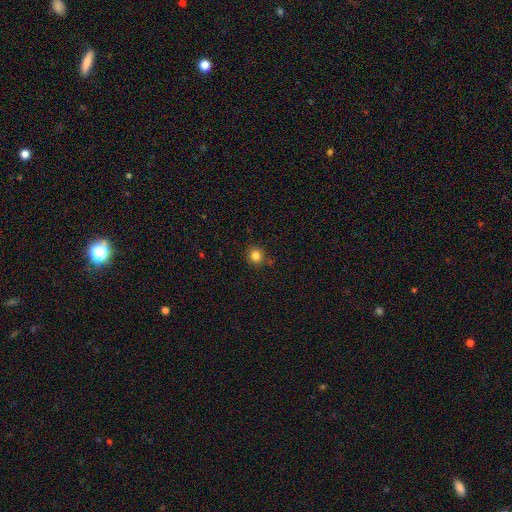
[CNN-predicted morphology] Smooth or featured: smooth — 82% (star or artifact — 13%)
How rounded: round — 90% (in between — 9%)
Merging: none — 85% (minor disturbance — 10%)